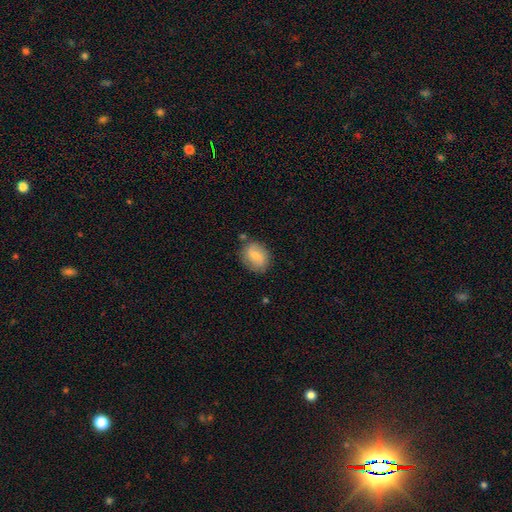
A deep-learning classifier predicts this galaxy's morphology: This appears to be a smooth galaxy with no disk features (58%) that is round (52%). Merging: none (76%).